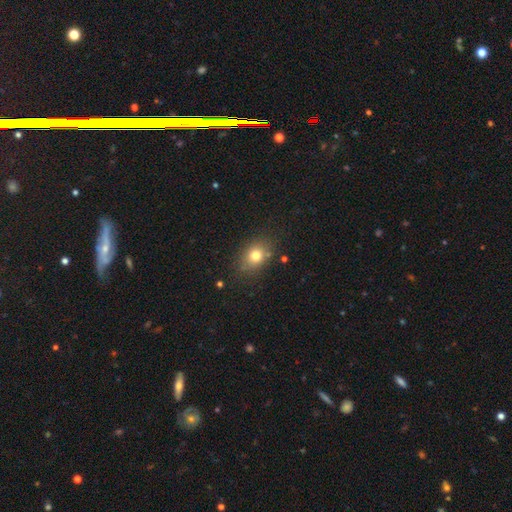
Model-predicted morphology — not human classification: This is likely a smooth galaxy (76%). How rounded: possibly in between (55%). Merging: likely none (77%).